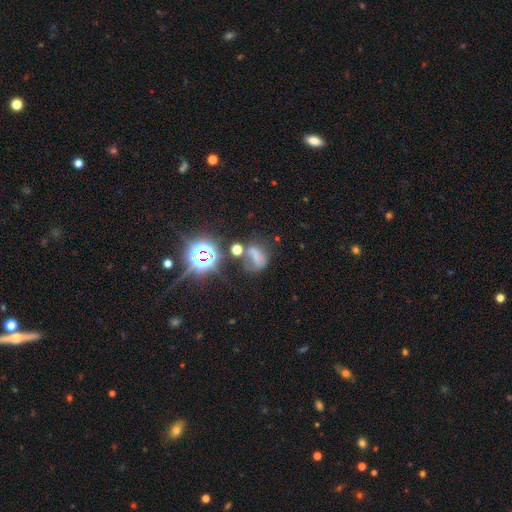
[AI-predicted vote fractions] Q: Smooth or featured?
A: smooth (43%); runner-up: star or artifact (34%)
Q: Merging?
A: none (33%); runner-up: major disturbance (30%)